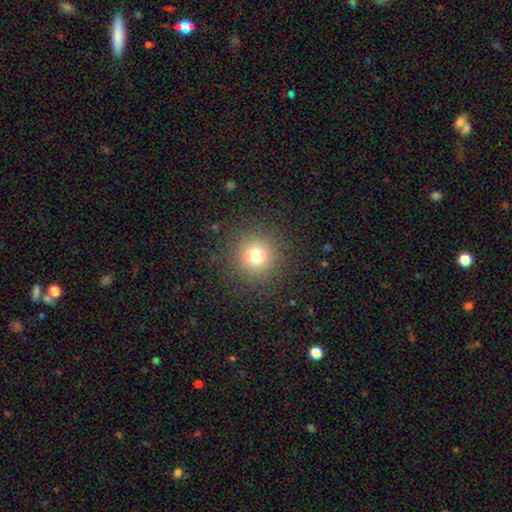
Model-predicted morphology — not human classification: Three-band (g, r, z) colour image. It shows a smooth galaxy with no disk features (75%) that is round (94%). Merging: none (89%).